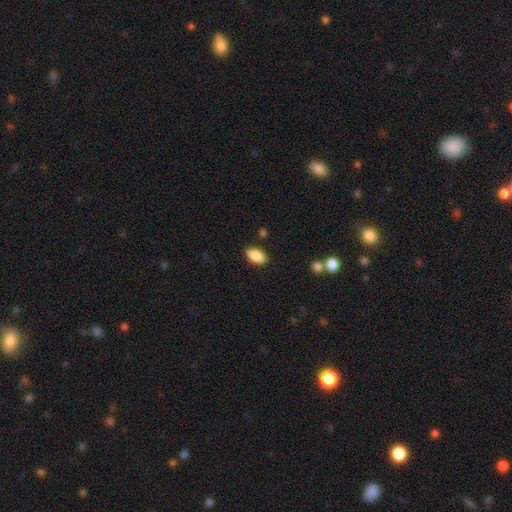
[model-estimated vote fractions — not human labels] Q: Smooth or featured?
A: smooth (87%); runner-up: star or artifact (7%)
Q: How rounded?
A: in between (93%); runner-up: round (4%)
Q: Merging?
A: none (87%); runner-up: minor disturbance (9%)